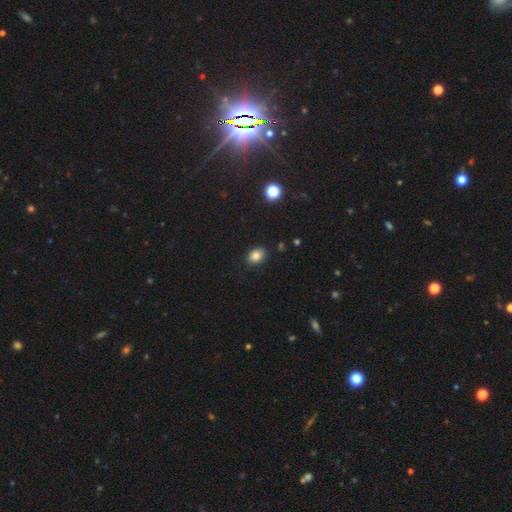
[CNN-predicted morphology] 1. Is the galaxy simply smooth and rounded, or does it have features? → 83% smooth, 11% star or artifact, 6% featured or disk.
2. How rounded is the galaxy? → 62% in between, 37% round, 1% cigar-shaped.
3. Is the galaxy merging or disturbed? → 84% none, 12% minor disturbance, 3% major disturbance, 1% merger.